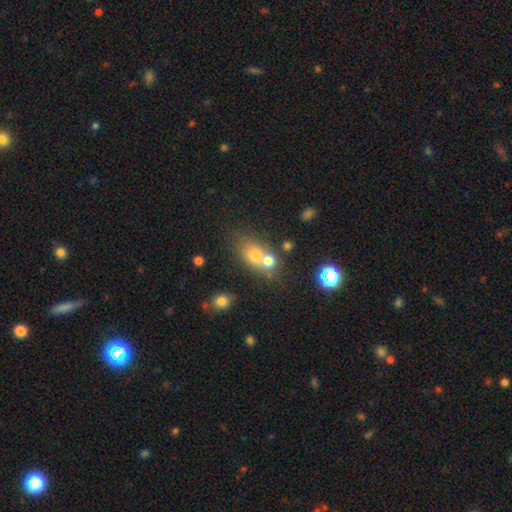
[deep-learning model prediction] A smooth galaxy with no disk features (66%) that is round (51%). Merging: merger (56%).